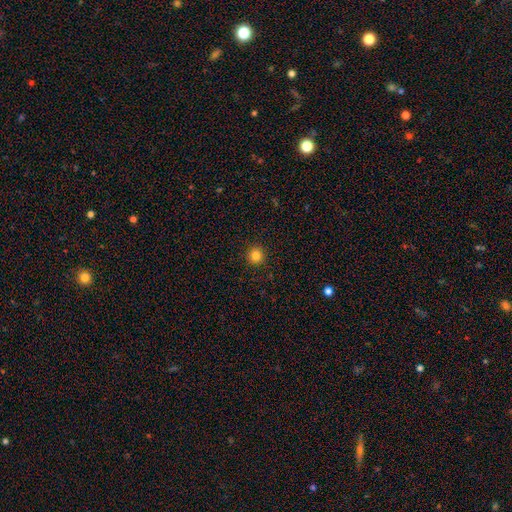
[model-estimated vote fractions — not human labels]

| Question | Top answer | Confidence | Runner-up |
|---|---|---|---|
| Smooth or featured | smooth | 82% | star or artifact (13%) |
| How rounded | round | 94% | in between (5%) |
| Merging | none | 93% | minor disturbance (5%) |